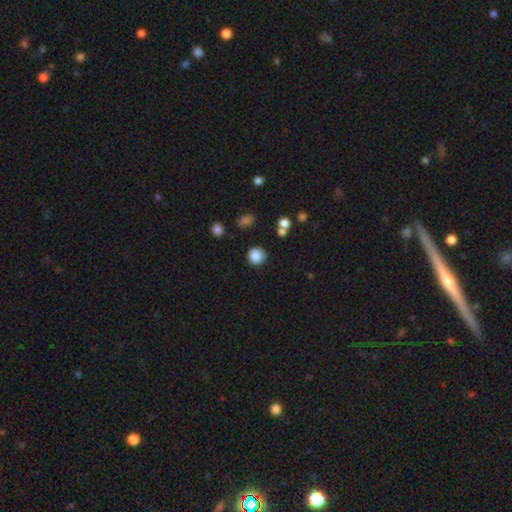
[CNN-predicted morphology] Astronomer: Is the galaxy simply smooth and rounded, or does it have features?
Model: smooth — 85%.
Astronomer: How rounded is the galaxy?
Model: round — 91%.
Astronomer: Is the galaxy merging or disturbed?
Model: none — 83%.